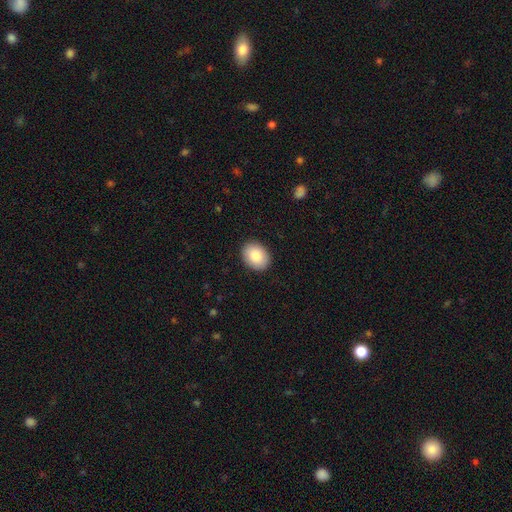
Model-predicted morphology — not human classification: Q: Smooth or featured?
A: smooth (87%); runner-up: featured or disk (7%)
Q: How rounded?
A: in between (67%); runner-up: round (32%)
Q: Merging?
A: none (90%); runner-up: minor disturbance (7%)